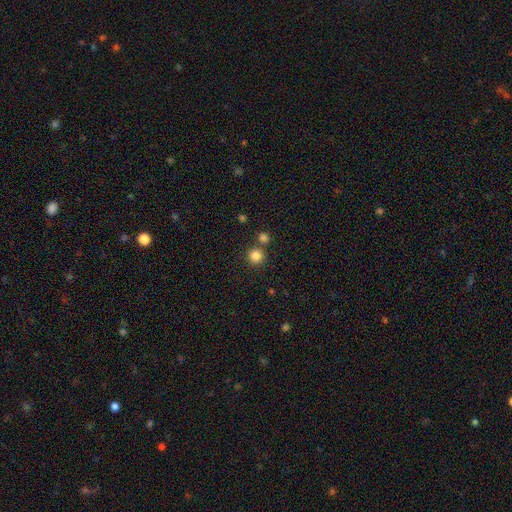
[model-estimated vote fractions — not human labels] A smooth galaxy with no disk features (84%) that is round (94%). Merging: none (75%).